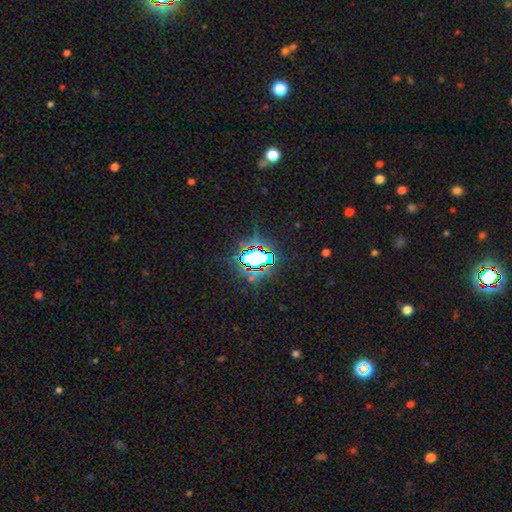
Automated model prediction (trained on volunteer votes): A star or artifact, not a galaxy (68%).

Vote fractions:
- Smooth or featured? star or artifact: 68% / smooth: 20% / featured or disk: 12%